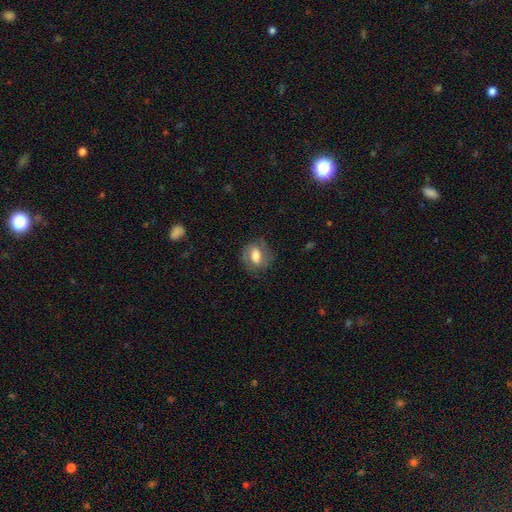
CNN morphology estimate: The model was most divided on "how rounded": in between: 60%, round: 38%, cigar-shaped: 2%. More confident: merging — none (69%); smooth or featured — smooth (57%).